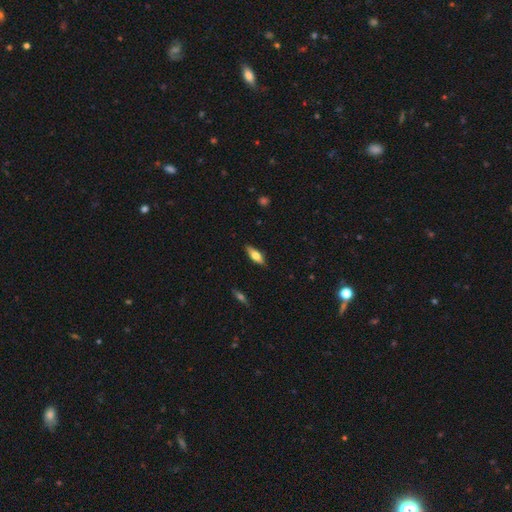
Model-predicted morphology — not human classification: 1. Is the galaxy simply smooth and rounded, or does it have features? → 61% smooth, 32% featured or disk, 6% star or artifact.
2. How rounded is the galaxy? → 64% in between, 34% cigar-shaped, 3% round.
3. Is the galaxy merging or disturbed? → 86% none, 11% minor disturbance, 2% major disturbance, 1% merger.